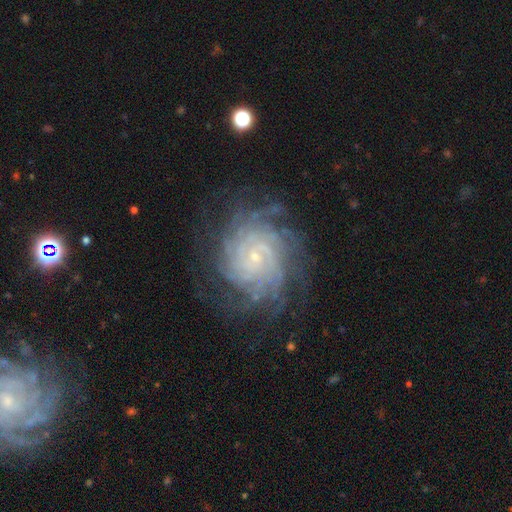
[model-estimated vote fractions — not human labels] A featured or disk galaxy (87%) with no bar (70%), more than 4 (35%) tight (79%) spiral arms (98%) and a small central bulge (87%).

Vote fractions:
- Smooth or featured? featured or disk: 87% / star or artifact: 7% / smooth: 6%
- Edge-on disk? no: 98% / yes: 2%
- Bar? no: 70% / weak: 23% / strong: 7%
- Spiral arms? yes: 98% / no: 2%
- Spiral winding? tight: 79% / medium: 18% / loose: 4%
- Spiral arm count? more than 4: 35% / can't tell: 22% / 4: 19% / 3: 9% / 2: 8% / 1: 7%
- Bulge size? small: 87% / moderate: 9% / none: 2% / large: 1% / dominant: 1%
- Merging? none: 78% / minor disturbance: 14% / major disturbance: 7% / merger: 1%